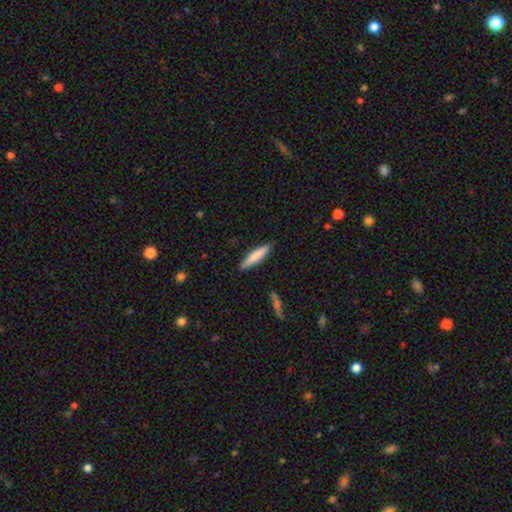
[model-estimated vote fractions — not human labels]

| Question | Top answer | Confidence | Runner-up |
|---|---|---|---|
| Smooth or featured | smooth | 76% | featured or disk (19%) |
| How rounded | cigar-shaped | 87% | in between (11%) |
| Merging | none | 88% | minor disturbance (9%) |